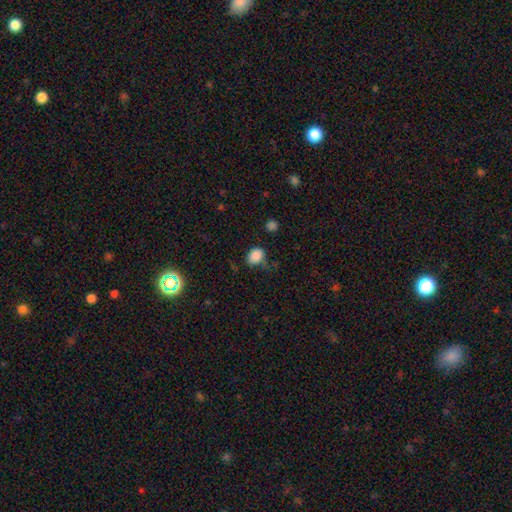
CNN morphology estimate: This appears to be a smooth galaxy with no disk features (86%) that is in between round and cigar-shaped (60%). Merging: none (64%).